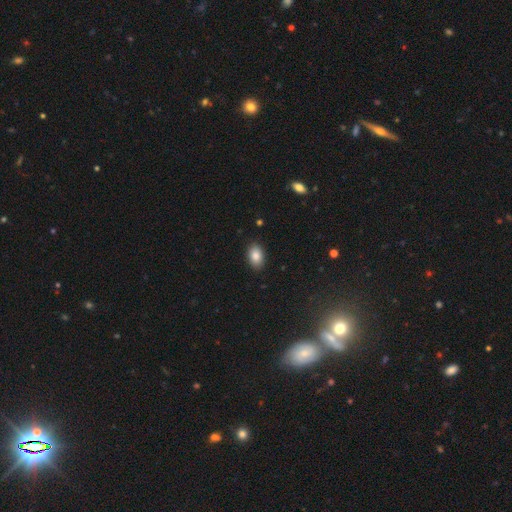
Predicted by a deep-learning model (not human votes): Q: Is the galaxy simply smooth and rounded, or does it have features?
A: smooth — 86%.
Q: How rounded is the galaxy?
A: in between — 88%.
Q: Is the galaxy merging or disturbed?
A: none — 88%.